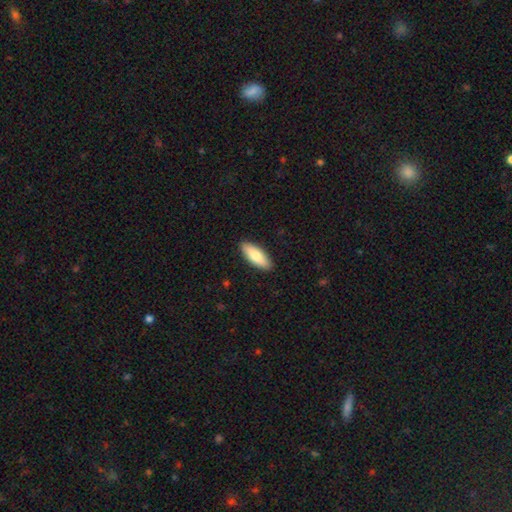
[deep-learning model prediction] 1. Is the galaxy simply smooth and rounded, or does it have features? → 79% smooth, 16% featured or disk, 5% star or artifact.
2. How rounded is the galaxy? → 67% in between, 32% cigar-shaped, 2% round.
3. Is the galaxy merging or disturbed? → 90% none, 8% minor disturbance, 2% major disturbance, 1% merger.